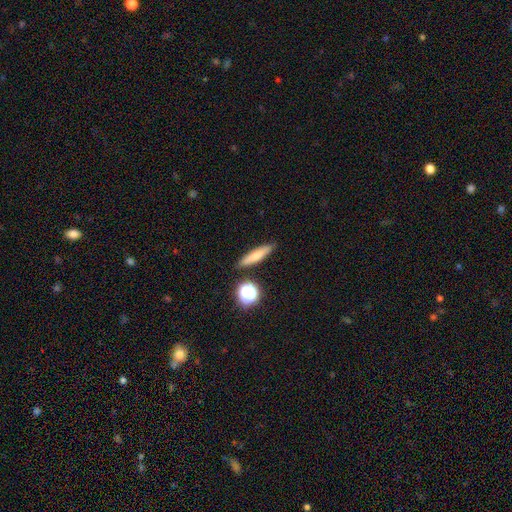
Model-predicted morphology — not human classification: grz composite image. It shows a smooth galaxy with no disk features (67%) that is cigar-shaped (77%). Merging: none (86%).